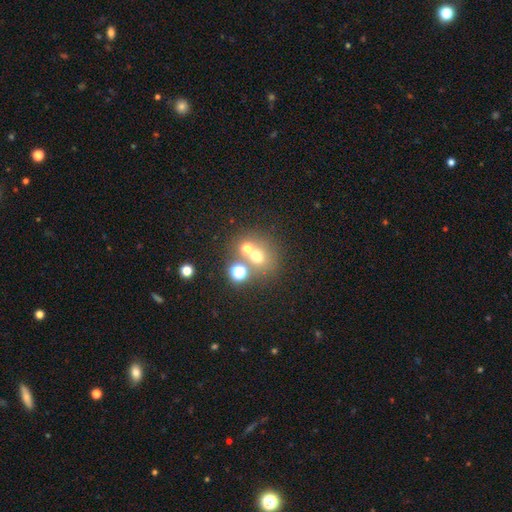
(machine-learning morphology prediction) type=smooth (60%); roundness=round (79%); merging=none (49%).